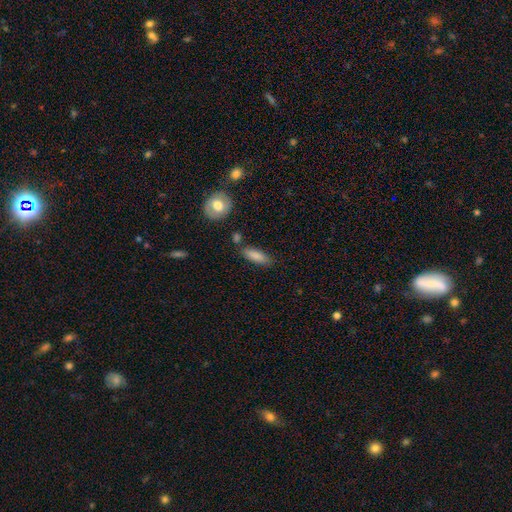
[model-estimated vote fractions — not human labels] Smooth or featured?
  - smooth: 84% *
  - featured or disk: 9%
  - star or artifact: 7%
How rounded?
  - in between: 63% *
  - cigar-shaped: 35%
  - round: 2%
Merging?
  - none: 74% *
  - minor disturbance: 15%
  - merger: 7%
  - major disturbance: 4%